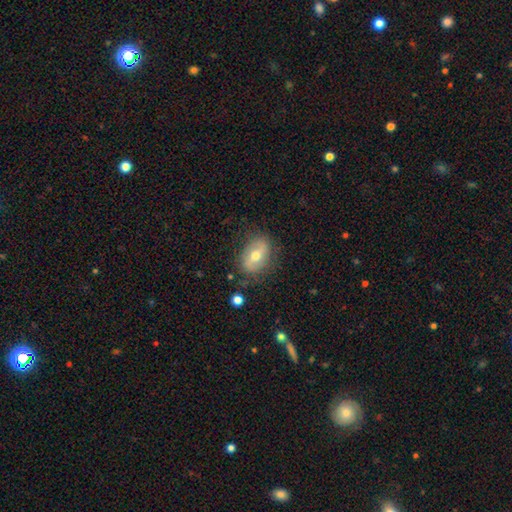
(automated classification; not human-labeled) Smooth or featured?
  - smooth: 48% *
  - featured or disk: 44%
  - star or artifact: 8%
Merging?
  - none: 78% *
  - minor disturbance: 16%
  - major disturbance: 5%
  - merger: 1%